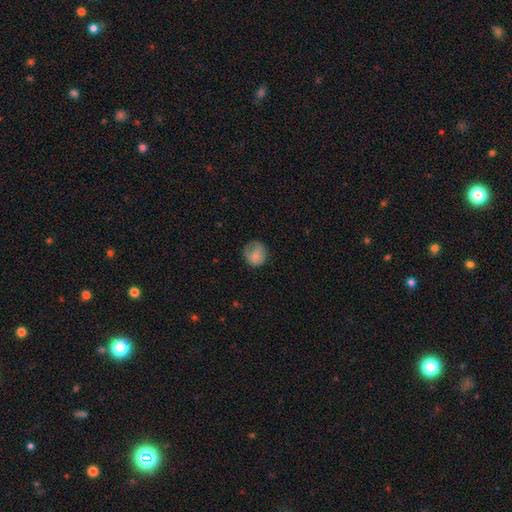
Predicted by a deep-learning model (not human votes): Smooth or featured?
  - smooth: 77% *
  - featured or disk: 14%
  - star or artifact: 9%
How rounded?
  - round: 76% *
  - in between: 24%
  - cigar-shaped: 1%
Merging?
  - none: 55% *
  - minor disturbance: 28%
  - major disturbance: 16%
  - merger: 1%